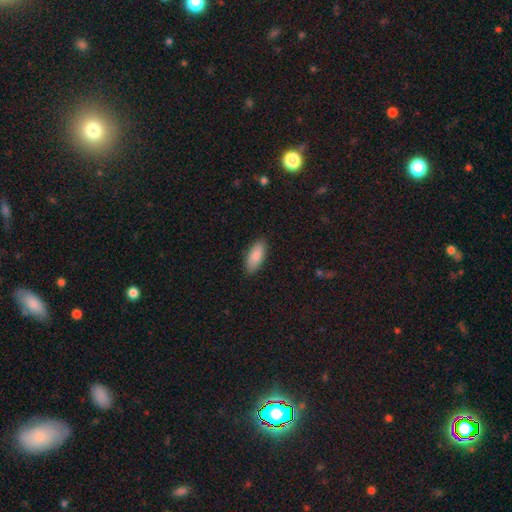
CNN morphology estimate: Smooth or featured?
  - smooth: 87% *
  - featured or disk: 7%
  - star or artifact: 6%
How rounded?
  - in between: 83% *
  - cigar-shaped: 15%
  - round: 2%
Merging?
  - none: 88% *
  - minor disturbance: 9%
  - major disturbance: 2%
  - merger: 1%